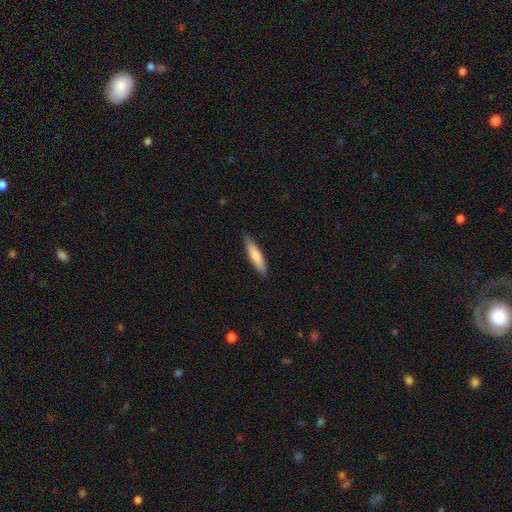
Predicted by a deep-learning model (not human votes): The model was most divided on "how rounded": cigar-shaped: 77%, in between: 22%, round: 1%. More confident: merging — none (88%); smooth or featured — smooth (79%).